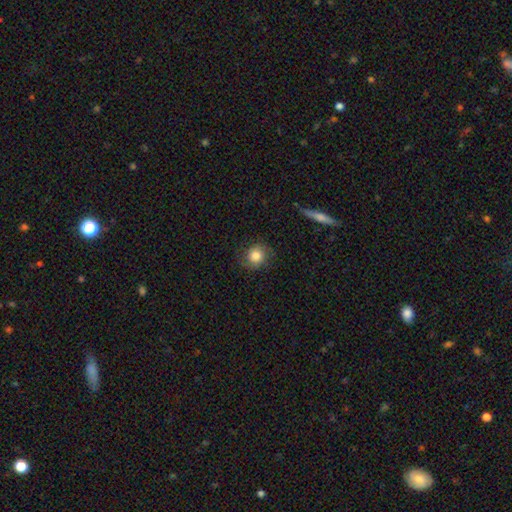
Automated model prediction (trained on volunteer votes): A smooth galaxy with no disk features (60%) that is round (84%). Merging: none (78%).